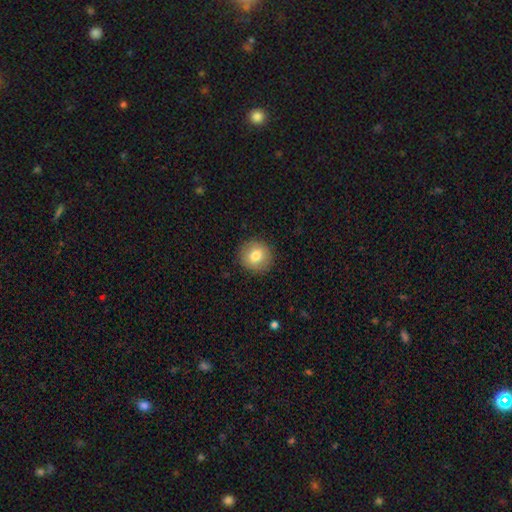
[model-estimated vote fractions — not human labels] This appears to be a smooth galaxy with no disk features (80%) that is round (89%). Merging: none (90%).